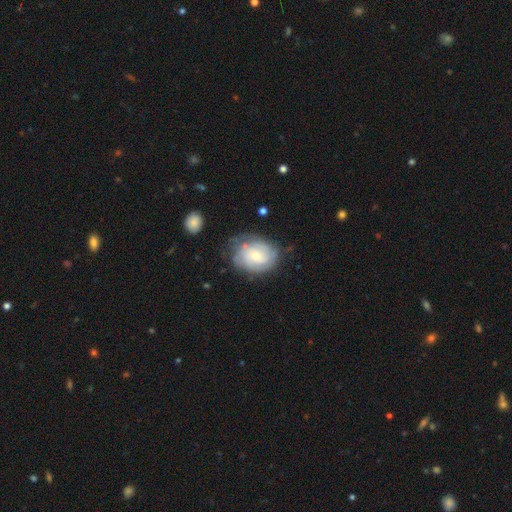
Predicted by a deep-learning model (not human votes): featured or disk 66%, smooth 28%, star or artifact 6%. Down the decision tree: edge-on disk — no (97%); bar — no (72%); spiral arms — yes (85%); spiral arm count — can't tell (48%); spiral winding — tight (68%); bulge size — small (54%); merging — none (63%).